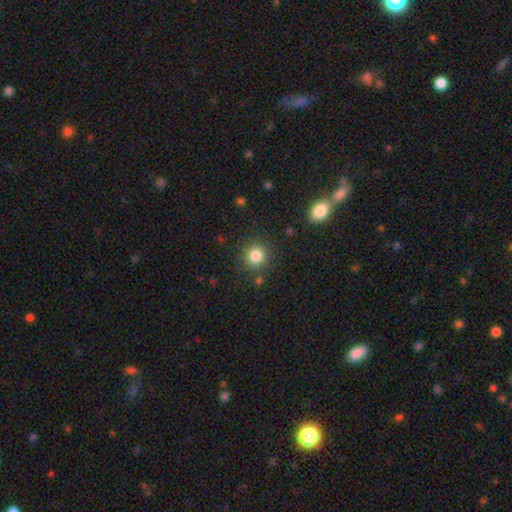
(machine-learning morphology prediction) A smooth galaxy with no disk features (83%) that is round (92%).

Vote fractions:
- Smooth or featured? smooth: 83% / star or artifact: 12% / featured or disk: 5%
- How rounded? round: 92% / in between: 7% / cigar-shaped: 1%
- Merging? none: 87% / minor disturbance: 7% / major disturbance: 3% / merger: 2%